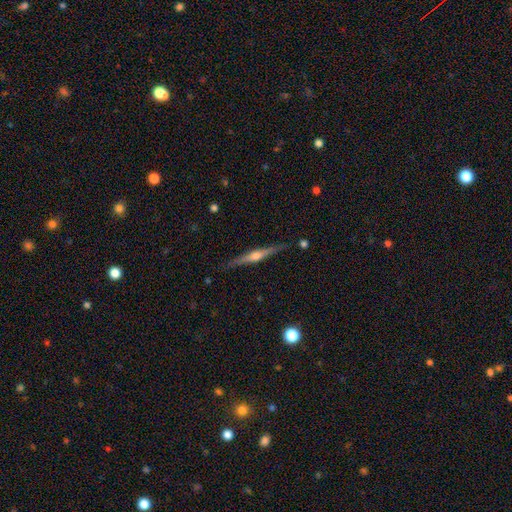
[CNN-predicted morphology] Smooth or featured? featured or disk (78%)
Edge-on disk? yes (98%)
Edge-on bulge? rounded (88%)
Merging? none (88%)